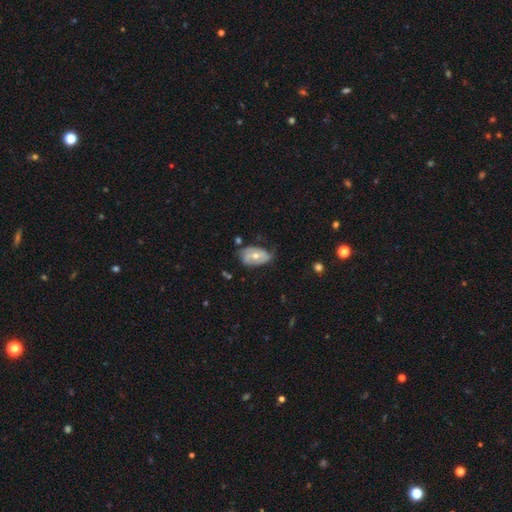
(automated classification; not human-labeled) Smooth or featured?
  - featured or disk: 49% *
  - smooth: 44%
  - star or artifact: 7%
Merging?
  - none: 46% *
  - minor disturbance: 39%
  - major disturbance: 12%
  - merger: 3%